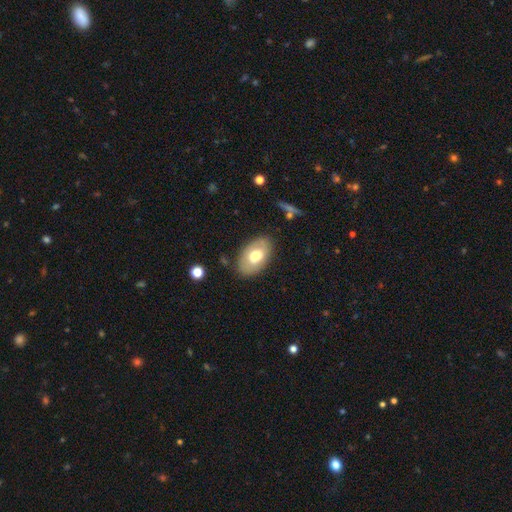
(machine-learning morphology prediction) Smooth or featured? Predicted: smooth (p=0.66). How rounded? Predicted: in between (p=0.91). Merging? Predicted: none (p=0.82).